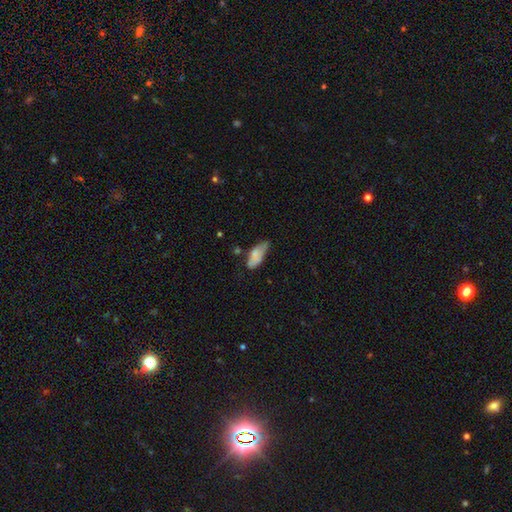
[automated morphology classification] Smooth or featured?
  - smooth: 74% *
  - featured or disk: 19%
  - star or artifact: 8%
How rounded?
  - in between: 81% *
  - cigar-shaped: 16%
  - round: 2%
Merging?
  - none: 42% *
  - minor disturbance: 38%
  - major disturbance: 13%
  - merger: 7%